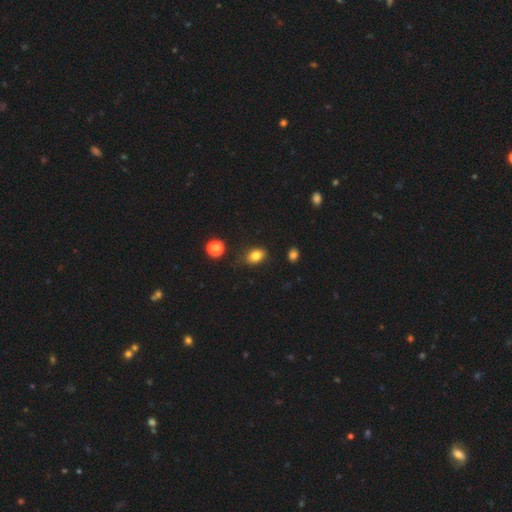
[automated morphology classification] Smooth or featured: smooth — 81% (star or artifact — 12%)
How rounded: in between — 74% (round — 24%)
Merging: none — 80% (minor disturbance — 14%)